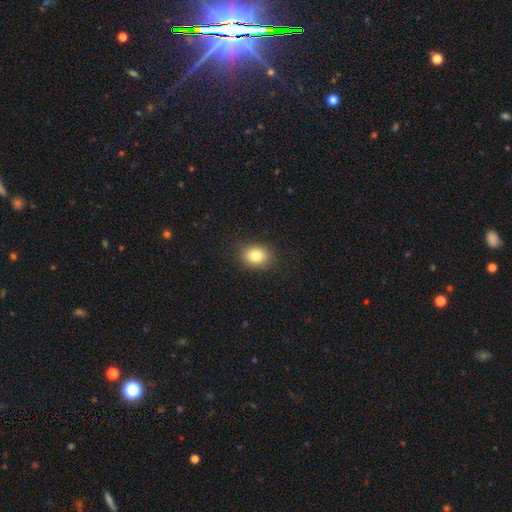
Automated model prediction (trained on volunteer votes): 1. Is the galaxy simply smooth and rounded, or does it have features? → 82% smooth, 10% star or artifact, 7% featured or disk.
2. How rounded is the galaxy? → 54% in between, 45% round, 1% cigar-shaped.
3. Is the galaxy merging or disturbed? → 87% none, 10% minor disturbance, 3% major disturbance, 1% merger.